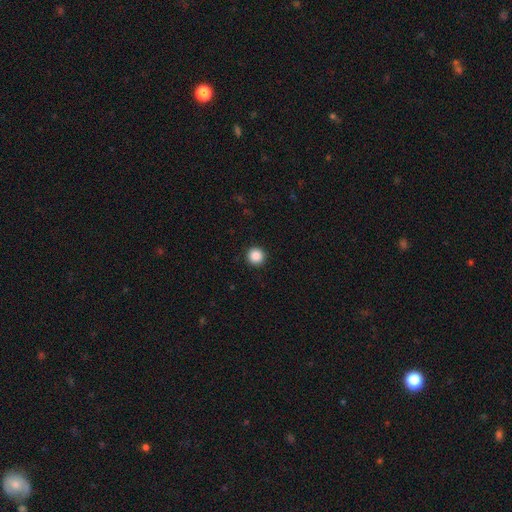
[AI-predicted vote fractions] smooth-or-featured: smooth: 88% | star or artifact: 10% | featured or disk: 3%
  how-rounded: round: 96% | in between: 3% | cigar-shaped: 1%
  merging: none: 93% | minor disturbance: 4% | major disturbance: 2% | merger: 1%